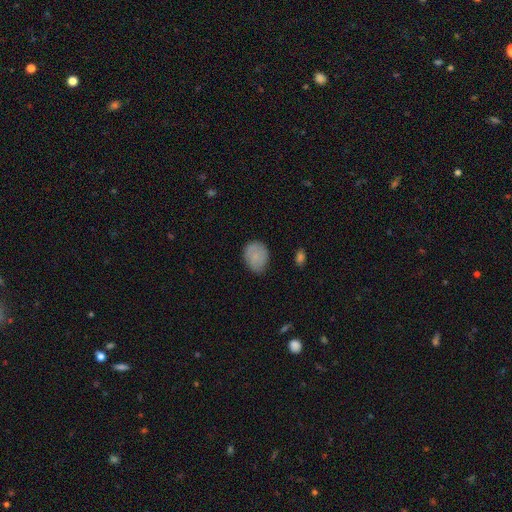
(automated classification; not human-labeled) Overall: smooth (81%). How rounded: in between (53%; round 46%). Merging: none (68%).